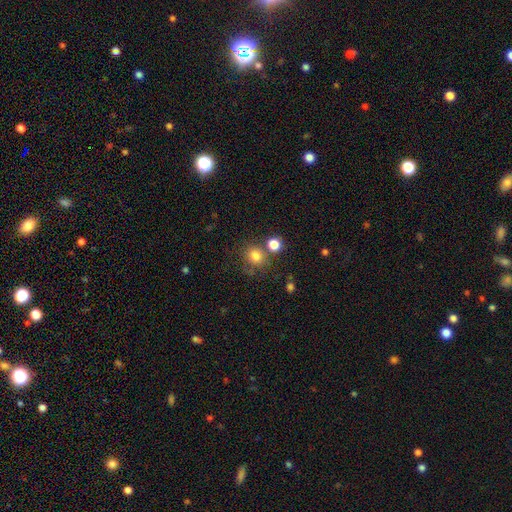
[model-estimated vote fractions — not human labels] This is likely a smooth galaxy (79%). How rounded: clearly round (84%). Merging: likely none (67%).